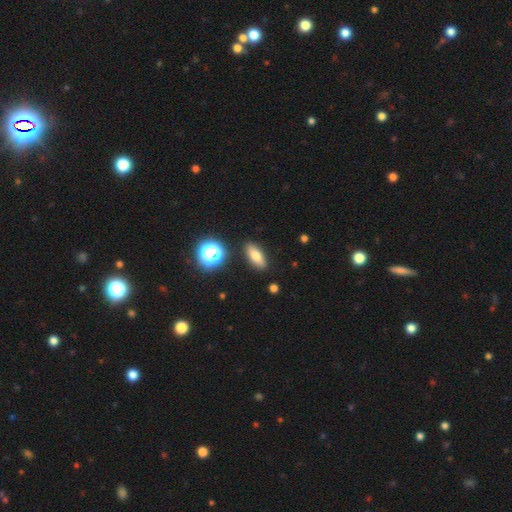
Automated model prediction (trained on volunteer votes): This appears to be a smooth galaxy with no disk features (71%) that is in between round and cigar-shaped (69%). Merging: none (87%).